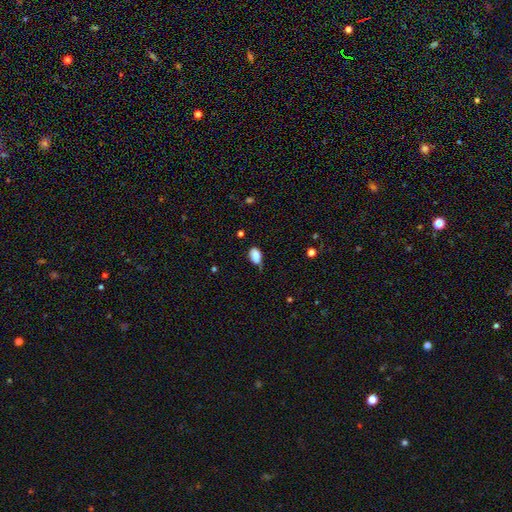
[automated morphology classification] Smooth or featured: smooth — 84% (star or artifact — 8%)
How rounded: in between — 91% (round — 6%)
Merging: none — 48% (minor disturbance — 39%)